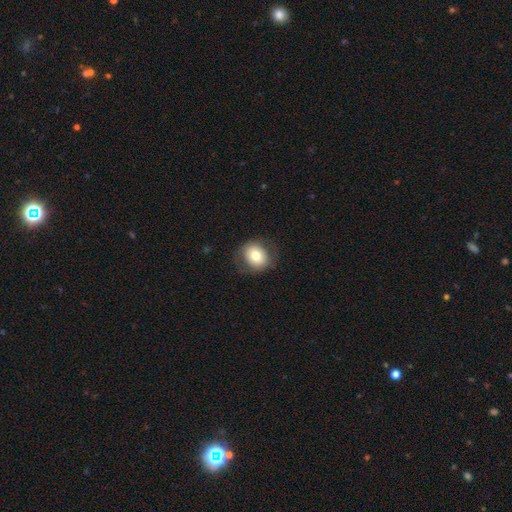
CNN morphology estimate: The model was most divided on "how rounded": round: 69%, in between: 30%, cigar-shaped: 1%. More confident: merging — none (78%); smooth or featured — smooth (73%).